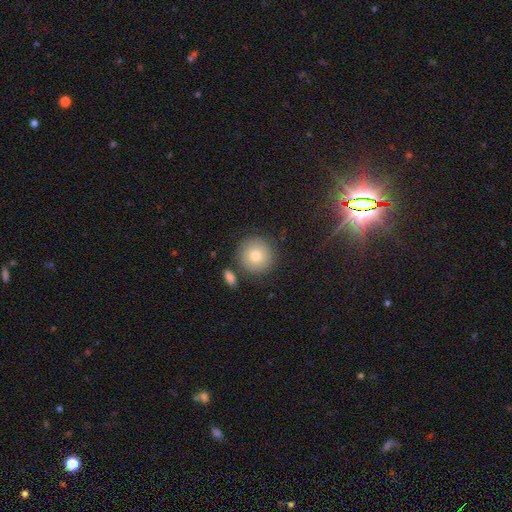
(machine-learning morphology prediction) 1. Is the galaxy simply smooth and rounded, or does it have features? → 79% smooth, 11% featured or disk, 10% star or artifact.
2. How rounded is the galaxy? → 94% round, 5% in between, 1% cigar-shaped.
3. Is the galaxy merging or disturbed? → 84% none, 8% minor disturbance, 6% merger, 3% major disturbance.